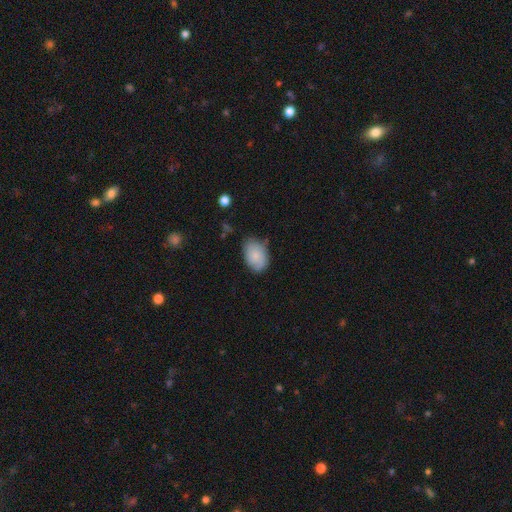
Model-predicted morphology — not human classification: Smooth or featured: smooth — 72% (featured or disk — 21%)
How rounded: in between — 83% (round — 16%)
Merging: none — 65% (minor disturbance — 27%)